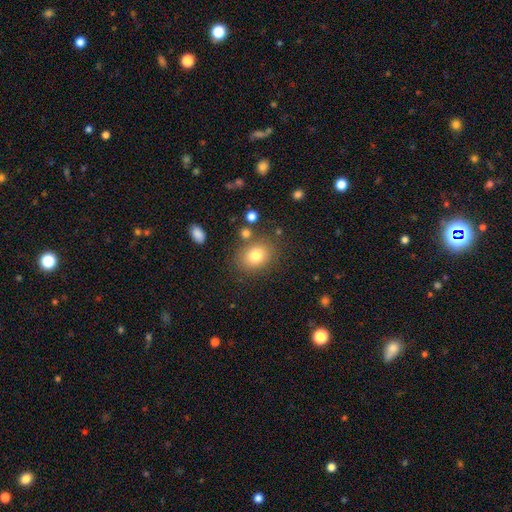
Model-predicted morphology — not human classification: This appears to be a smooth galaxy with no disk features (79%) that is in between round and cigar-shaped (54%). Merging: none (78%).